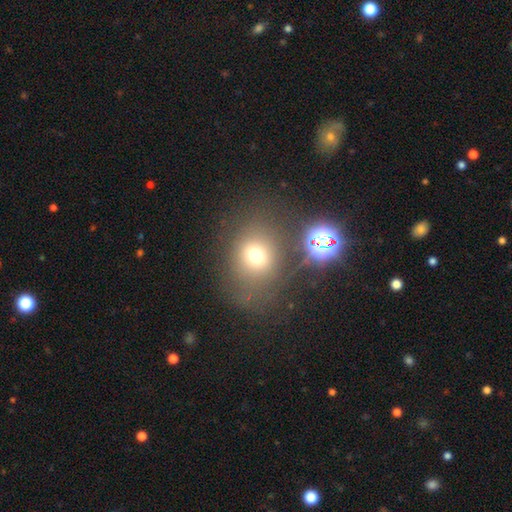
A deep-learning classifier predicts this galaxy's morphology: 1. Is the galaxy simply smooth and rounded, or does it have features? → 68% smooth, 20% star or artifact, 12% featured or disk.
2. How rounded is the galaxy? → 73% round, 25% in between, 1% cigar-shaped.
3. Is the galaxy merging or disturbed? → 67% none, 13% minor disturbance, 10% major disturbance, 9% merger.